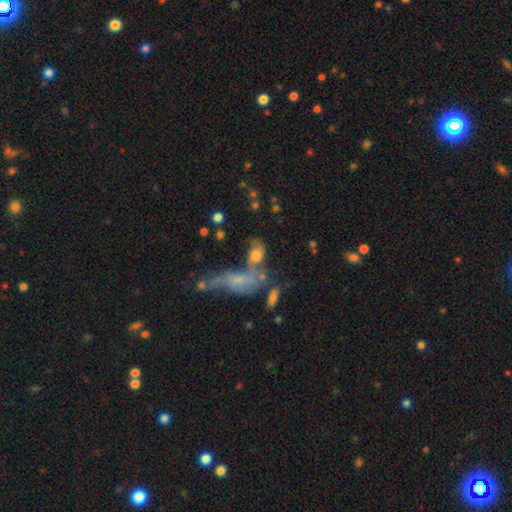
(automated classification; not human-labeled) Smooth or featured: smooth — 53% (featured or disk — 31%)
How rounded: in between — 72% (round — 17%)
Merging: merger — 44% (none — 29%)